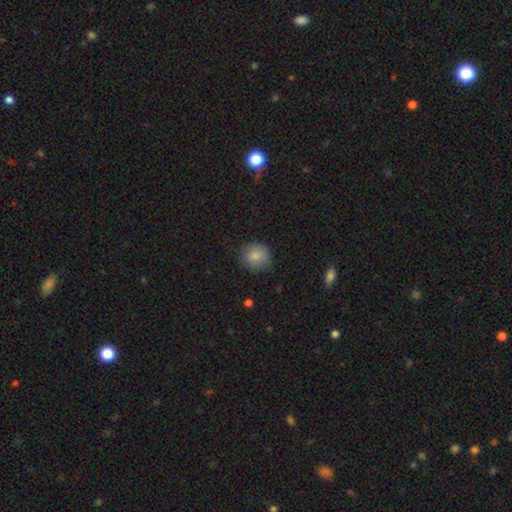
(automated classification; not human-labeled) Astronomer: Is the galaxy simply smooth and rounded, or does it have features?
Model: smooth — 84%.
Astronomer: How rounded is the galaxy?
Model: round — 84%.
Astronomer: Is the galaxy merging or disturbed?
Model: none — 78%.